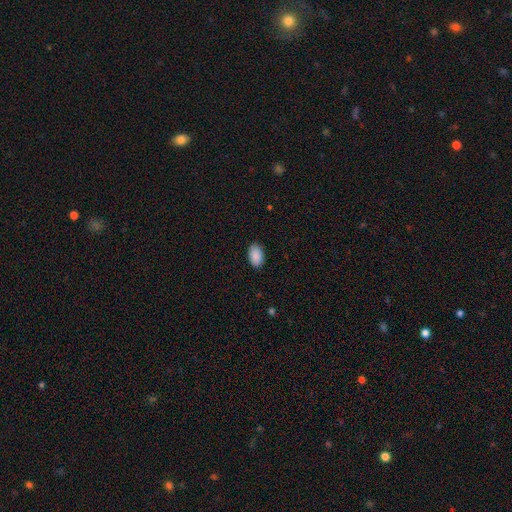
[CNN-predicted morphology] The model was most divided on "merging": none: 88%, minor disturbance: 9%, major disturbance: 2%, merger: 1%. More confident: how rounded — in between (92%); smooth or featured — smooth (91%).